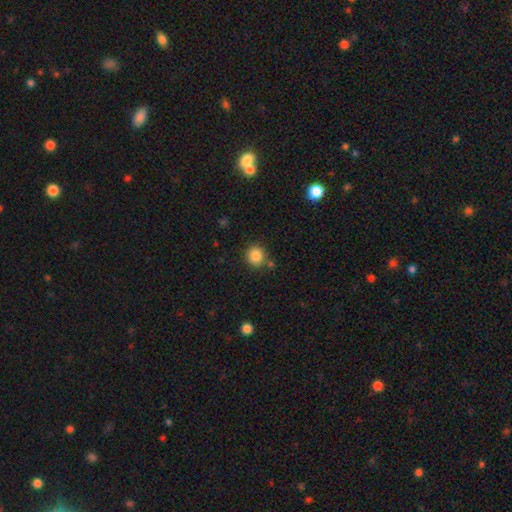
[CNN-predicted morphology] A smooth galaxy with no disk features (85%) that is round (86%).

Vote fractions:
- Smooth or featured? smooth: 85% / star or artifact: 10% / featured or disk: 4%
- How rounded? round: 86% / in between: 13% / cigar-shaped: 1%
- Merging? none: 81% / minor disturbance: 10% / merger: 6% / major disturbance: 3%